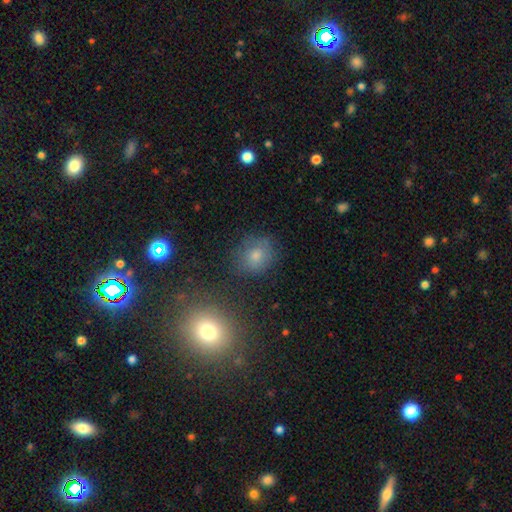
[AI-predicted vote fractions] Smooth or featured?
  - smooth: 67% *
  - star or artifact: 21%
  - featured or disk: 12%
How rounded?
  - round: 78% *
  - in between: 21%
  - cigar-shaped: 1%
Merging?
  - none: 82% *
  - minor disturbance: 11%
  - major disturbance: 4%
  - merger: 2%